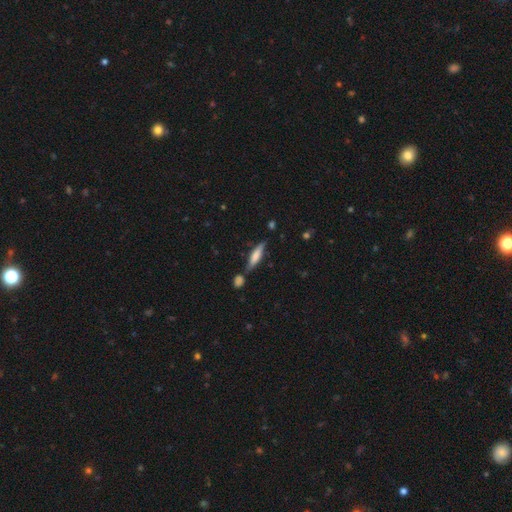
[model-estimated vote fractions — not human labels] This is possibly a smooth galaxy (60%). How rounded: likely cigar-shaped (75%). Merging: likely none (67%).